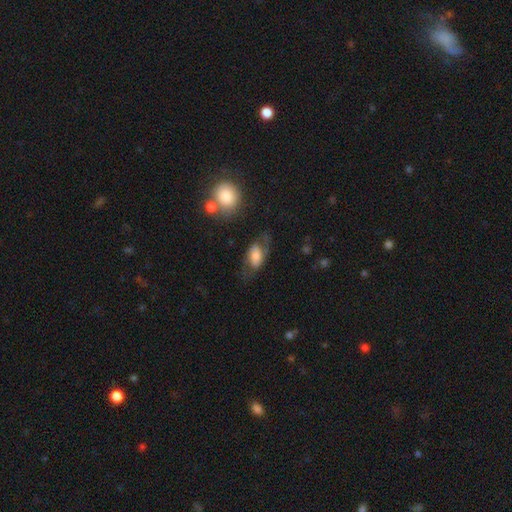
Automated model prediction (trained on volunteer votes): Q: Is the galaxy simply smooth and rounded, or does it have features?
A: smooth — 47%.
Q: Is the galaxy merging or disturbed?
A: none — 55%.